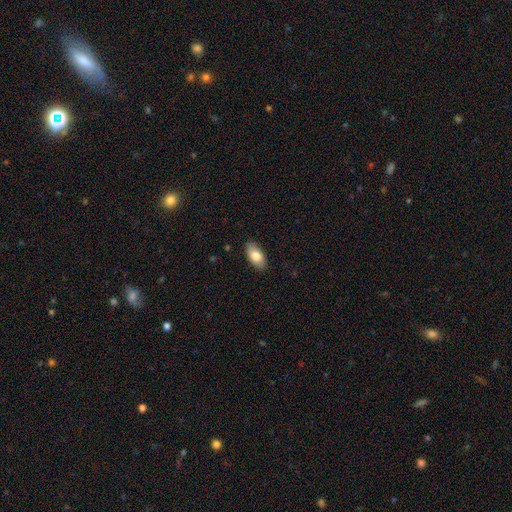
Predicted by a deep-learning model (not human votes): Smooth or featured: smooth — 81% (featured or disk — 13%)
How rounded: in between — 93% (cigar-shaped — 5%)
Merging: none — 88% (minor disturbance — 9%)